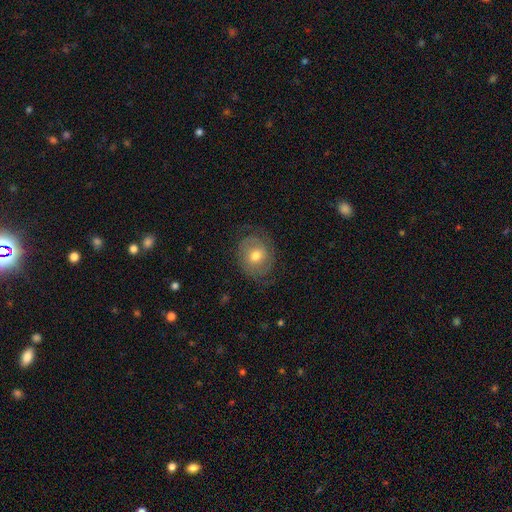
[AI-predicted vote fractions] Smooth or featured? featured or disk (49%)
Merging? none (69%)